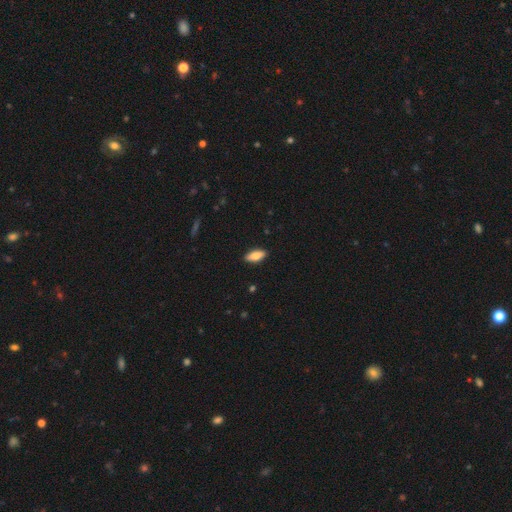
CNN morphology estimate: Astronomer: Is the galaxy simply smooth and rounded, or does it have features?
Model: smooth — 80%.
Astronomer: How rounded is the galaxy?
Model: in between — 79%.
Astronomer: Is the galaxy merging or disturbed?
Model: none — 89%.